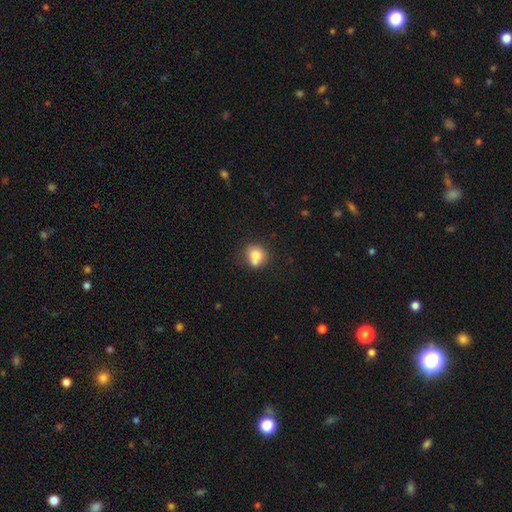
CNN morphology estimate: Smooth or featured? smooth (76%)
How rounded? round (78%)
Merging? none (52%)